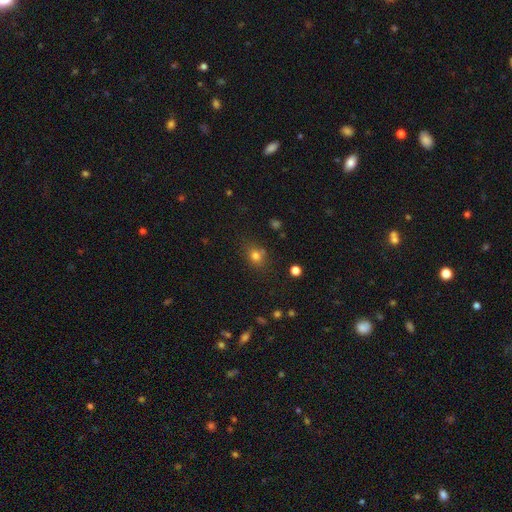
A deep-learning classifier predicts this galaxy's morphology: Overall: smooth (76%). How rounded: round (69%; in between 30%). Merging: none (73%).